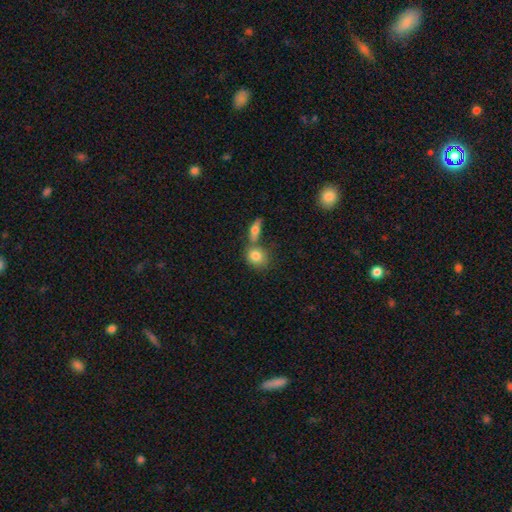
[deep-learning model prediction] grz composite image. It shows a smooth galaxy with no disk features (81%) that is round (59%). Merging: none (48%).